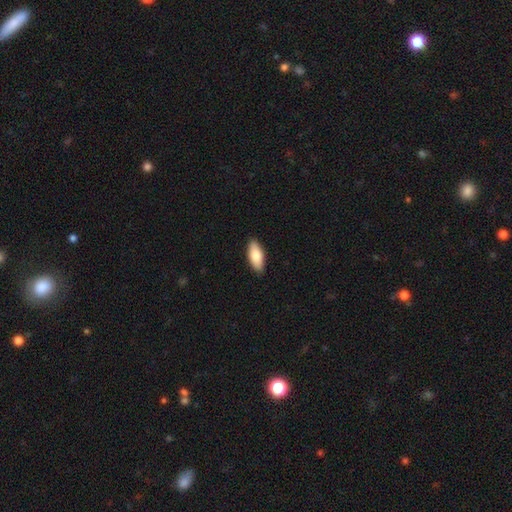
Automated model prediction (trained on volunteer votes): Smooth or featured? Predicted: smooth (p=0.82). How rounded? Predicted: in between (p=0.82). Merging? Predicted: none (p=0.89).